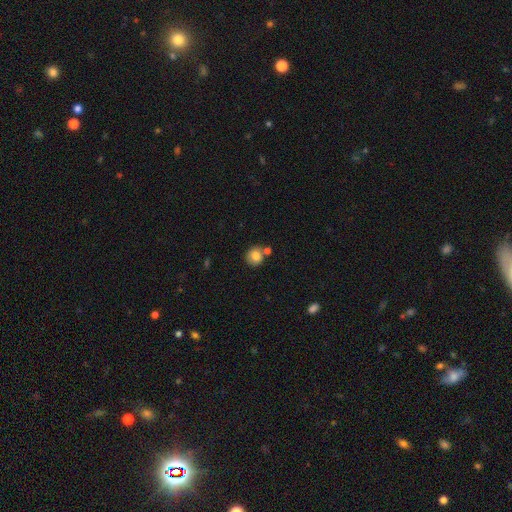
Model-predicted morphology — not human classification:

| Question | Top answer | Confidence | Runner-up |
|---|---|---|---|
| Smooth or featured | smooth | 79% | featured or disk (12%) |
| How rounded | round | 80% | in between (19%) |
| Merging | none | 59% | merger (23%) |